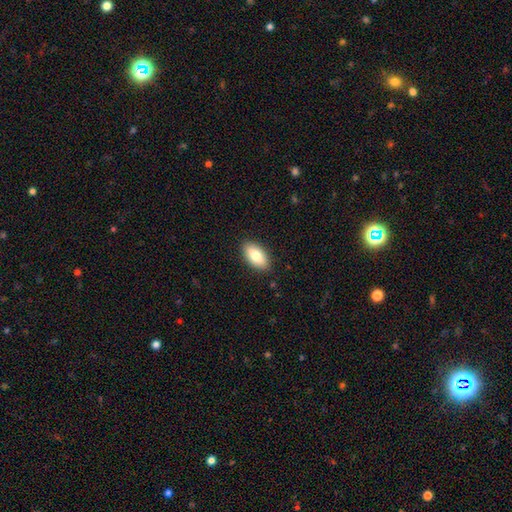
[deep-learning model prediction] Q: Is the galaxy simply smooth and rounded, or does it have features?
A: smooth — 82%.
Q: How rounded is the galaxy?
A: in between — 92%.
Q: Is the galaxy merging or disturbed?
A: none — 89%.